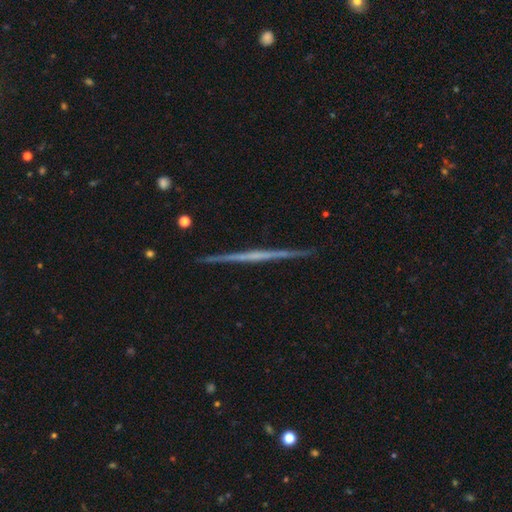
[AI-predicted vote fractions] featured or disk 74%, smooth 20%, star or artifact 6%. Down the decision tree: edge-on disk — yes (98%); edge-on bulge — none (82%); merging — none (92%).